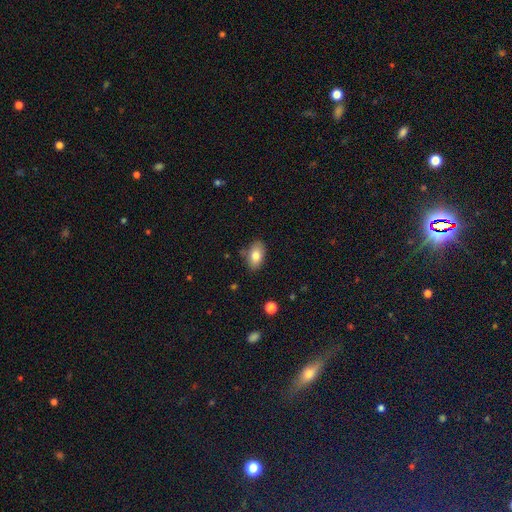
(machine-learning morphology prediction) This appears to be a smooth galaxy with no disk features (80%) that is in between round and cigar-shaped (90%). Merging: none (79%).